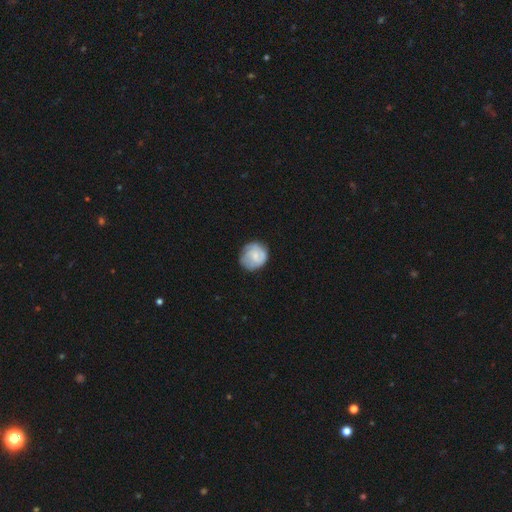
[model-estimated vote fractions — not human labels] Smooth or featured: smooth — 51% (featured or disk — 42%)
How rounded: round — 85% (in between — 14%)
Merging: none — 73% (minor disturbance — 20%)